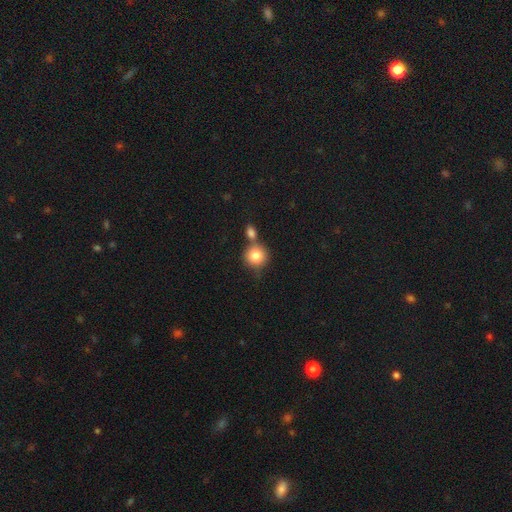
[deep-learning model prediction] A smooth galaxy with no disk features (82%) that is round (90%). Merging: none (54%).